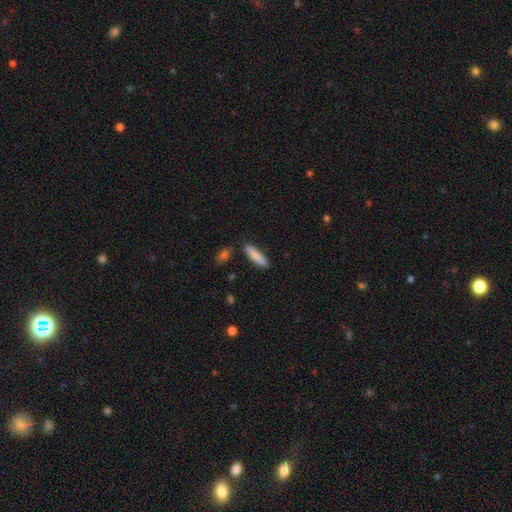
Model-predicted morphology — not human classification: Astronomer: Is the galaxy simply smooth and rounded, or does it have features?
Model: smooth — 85%.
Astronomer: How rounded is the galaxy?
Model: cigar-shaped — 80%.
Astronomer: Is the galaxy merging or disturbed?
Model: none — 88%.